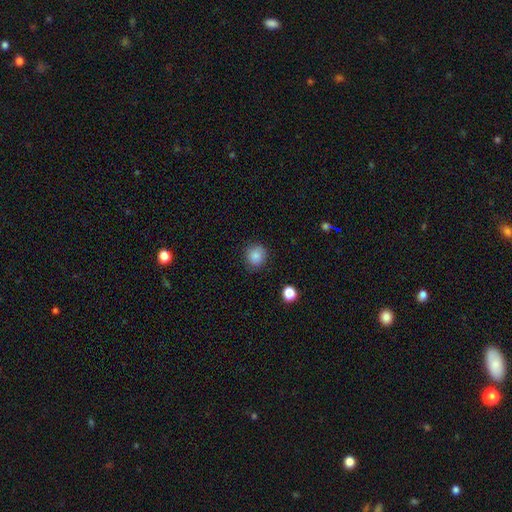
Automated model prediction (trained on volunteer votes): Smooth or featured?
  - smooth: 86% *
  - star or artifact: 10%
  - featured or disk: 5%
How rounded?
  - round: 86% *
  - in between: 13%
  - cigar-shaped: 1%
Merging?
  - none: 84% *
  - minor disturbance: 11%
  - major disturbance: 3%
  - merger: 1%